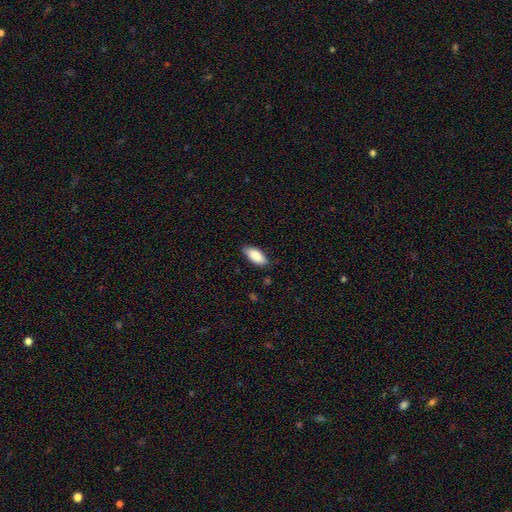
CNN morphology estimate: type=smooth (87%); roundness=in between (87%); merging=none (83%).